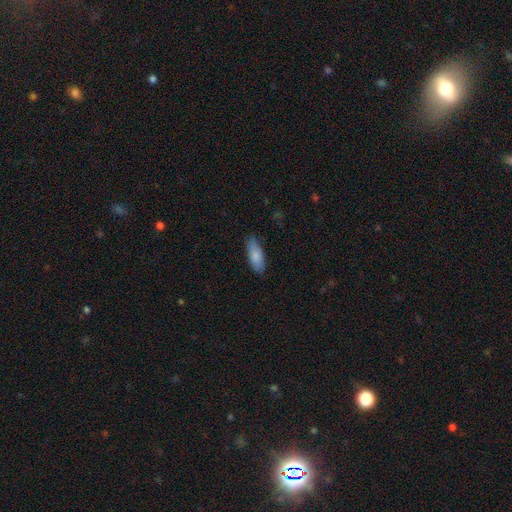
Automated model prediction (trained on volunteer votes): The model was most divided on "how rounded": in between: 70%, cigar-shaped: 29%, round: 2%. More confident: smooth or featured — smooth (84%); merging — none (82%).